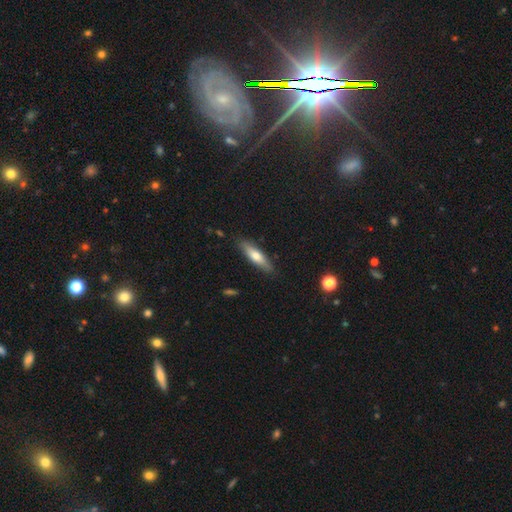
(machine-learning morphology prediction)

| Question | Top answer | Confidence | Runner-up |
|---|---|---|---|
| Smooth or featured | smooth | 62% | featured or disk (32%) |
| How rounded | cigar-shaped | 70% | in between (28%) |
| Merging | none | 84% | minor disturbance (12%) |